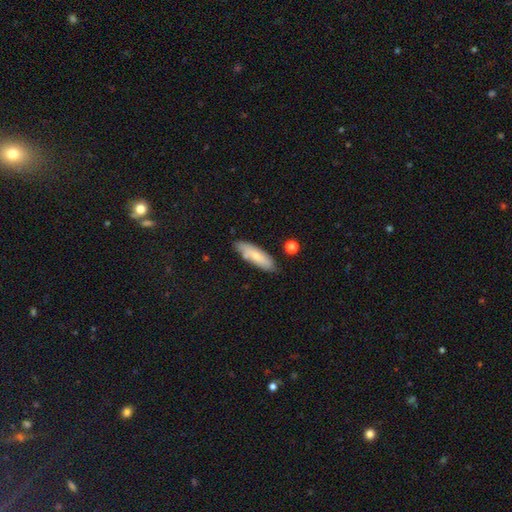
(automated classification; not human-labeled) This appears to be a smooth galaxy with no disk features (69%) that is in between round and cigar-shaped (50%). Merging: none (75%).